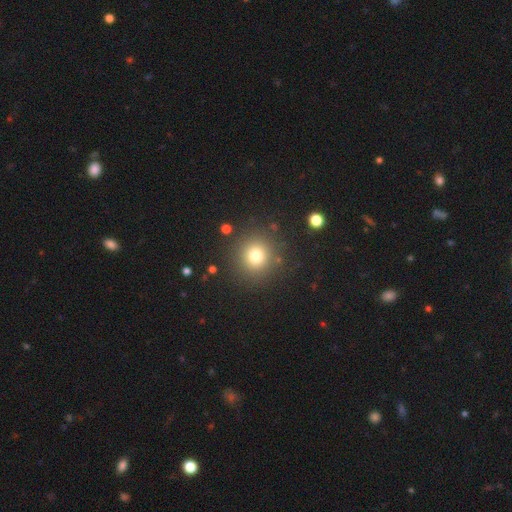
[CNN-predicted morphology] A smooth galaxy with no disk features (76%) that is round (92%).

Vote fractions:
- Smooth or featured? smooth: 76% / star or artifact: 16% / featured or disk: 9%
- How rounded? round: 92% / in between: 7% / cigar-shaped: 1%
- Merging? none: 87% / minor disturbance: 7% / major disturbance: 3% / merger: 3%